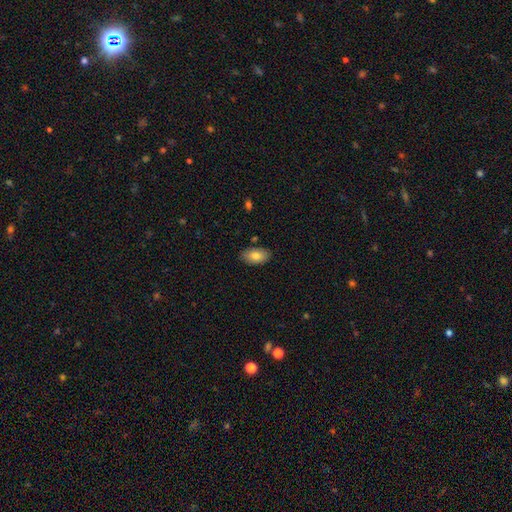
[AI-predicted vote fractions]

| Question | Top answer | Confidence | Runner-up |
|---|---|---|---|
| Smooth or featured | smooth | 81% | featured or disk (12%) |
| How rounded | in between | 94% | round (5%) |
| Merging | none | 85% | minor disturbance (11%) |